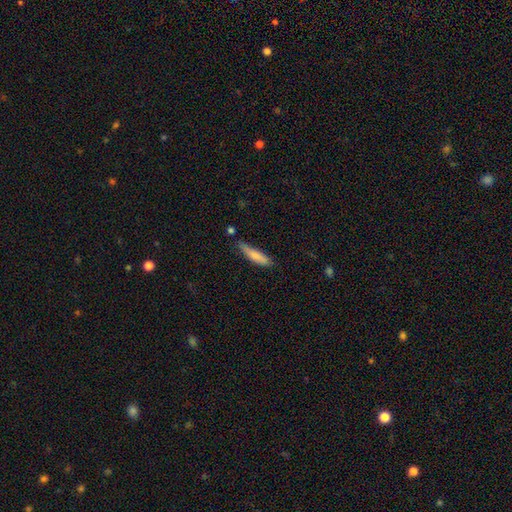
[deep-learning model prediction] Smooth or featured? Predicted: smooth (p=0.77). How rounded? Predicted: cigar-shaped (p=0.81). Merging? Predicted: none (p=0.63).